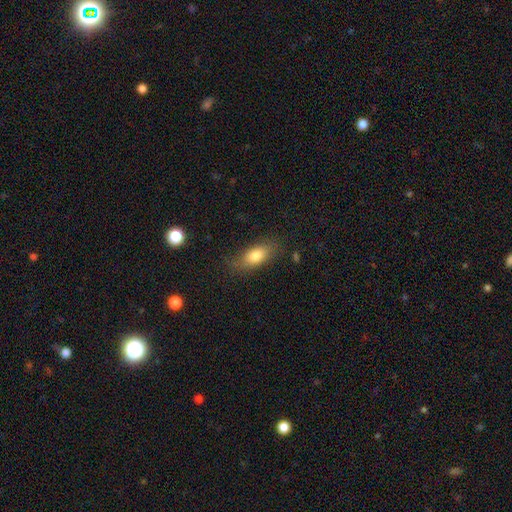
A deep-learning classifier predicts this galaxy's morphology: Smooth or featured? smooth (80%)
How rounded? in between (83%)
Merging? none (76%)